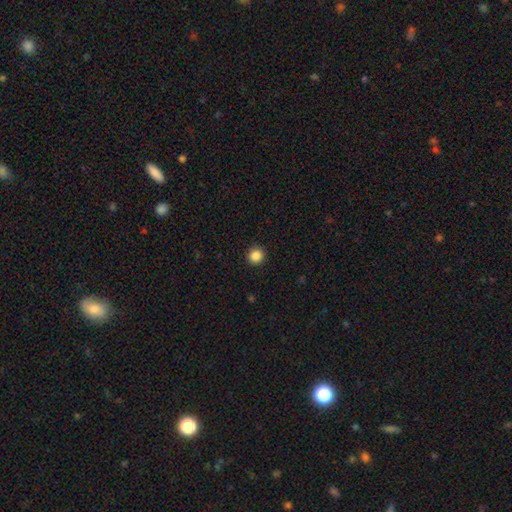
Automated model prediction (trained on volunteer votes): A smooth galaxy with no disk features (87%) that is round (95%). Merging: none (93%).